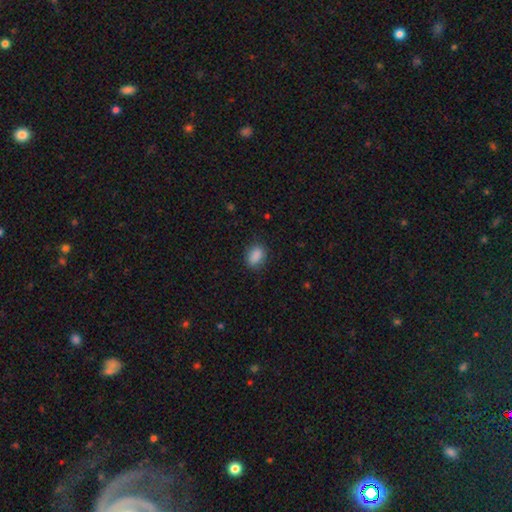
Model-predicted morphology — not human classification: This is clearly a smooth galaxy (88%). How rounded: likely in between (80%). Merging: clearly none (82%).